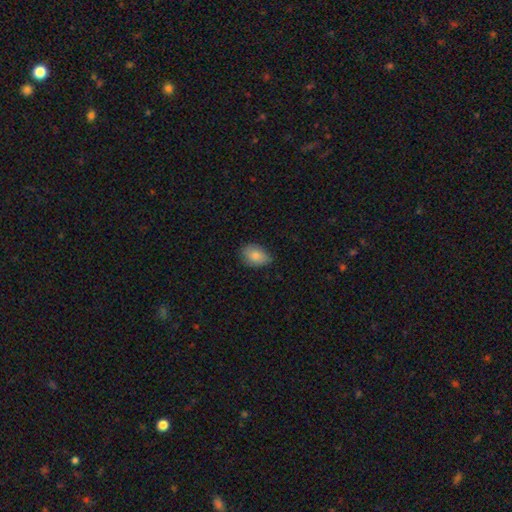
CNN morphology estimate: Smooth or featured? Predicted: smooth (p=0.83). How rounded? Predicted: in between (p=0.79). Merging? Predicted: none (p=0.67).